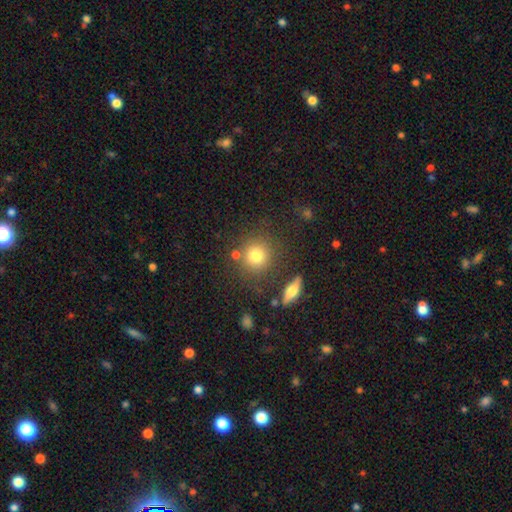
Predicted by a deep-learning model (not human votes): This is likely a smooth galaxy (77%). How rounded: clearly round (89%). Merging: likely none (78%).